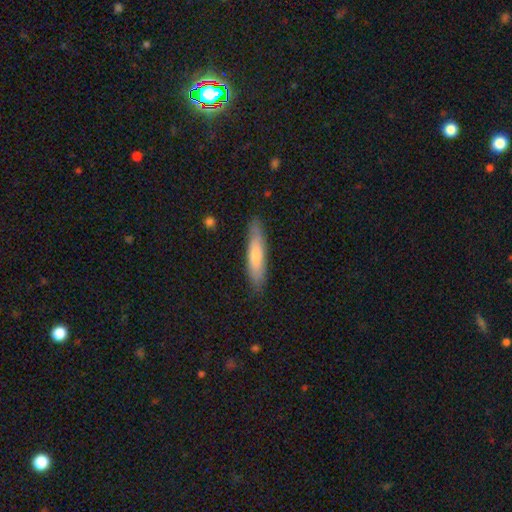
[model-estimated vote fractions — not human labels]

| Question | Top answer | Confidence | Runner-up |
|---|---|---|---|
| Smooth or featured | smooth | 68% | featured or disk (26%) |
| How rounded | cigar-shaped | 84% | in between (14%) |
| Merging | none | 85% | minor disturbance (12%) |